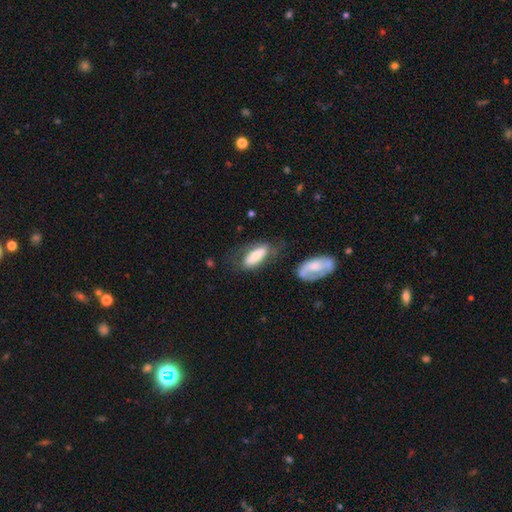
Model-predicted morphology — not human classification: Overall: smooth (65%; featured or disk 29%). How rounded: in between (77%). Merging: none (53%; minor disturbance 23%).